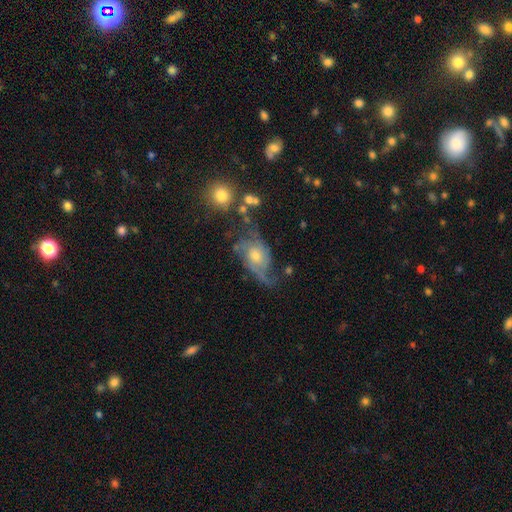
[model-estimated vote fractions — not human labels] Smooth or featured? featured or disk (76%)
Edge-on disk? no (96%)
Bar? no (73%)
Spiral arms? yes (91%)
Spiral winding? loose (54%)
Spiral arm count? 2 (56%)
Bulge size? moderate (55%)
Merging? none (42%)